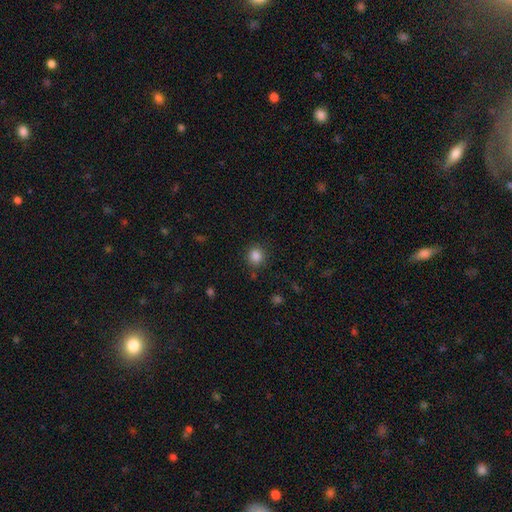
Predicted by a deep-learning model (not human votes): Smooth or featured?
  - smooth: 85% *
  - star or artifact: 11%
  - featured or disk: 4%
How rounded?
  - round: 86% *
  - in between: 13%
  - cigar-shaped: 1%
Merging?
  - none: 86% *
  - minor disturbance: 9%
  - major disturbance: 3%
  - merger: 2%